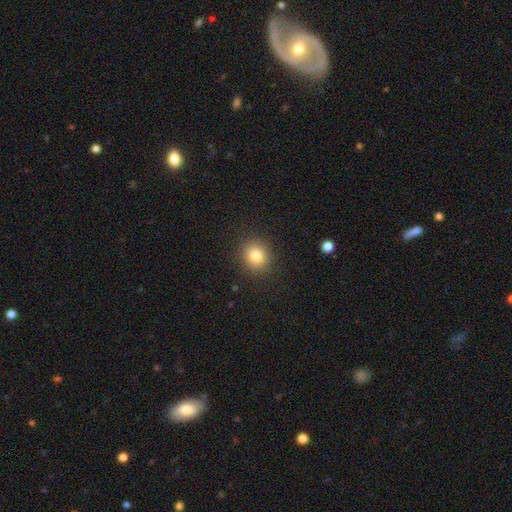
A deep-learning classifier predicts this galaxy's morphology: This is clearly a smooth galaxy (82%). How rounded: clearly round (86%). Merging: clearly none (90%).